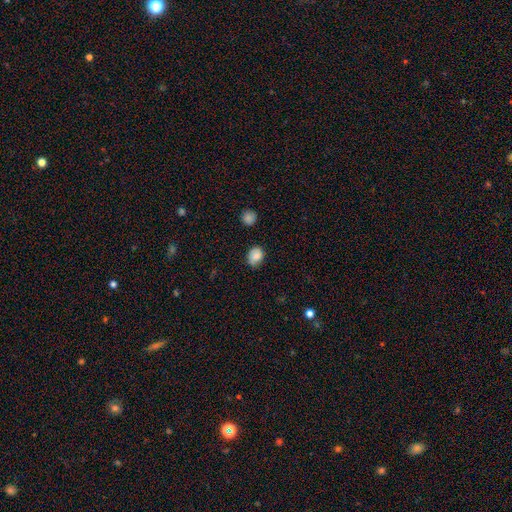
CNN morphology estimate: smooth-or-featured: smooth: 81% | featured or disk: 10% | star or artifact: 9%
  how-rounded: in between: 54% | round: 45% | cigar-shaped: 1%
  merging: none: 69% | minor disturbance: 24% | major disturbance: 4% | merger: 2%